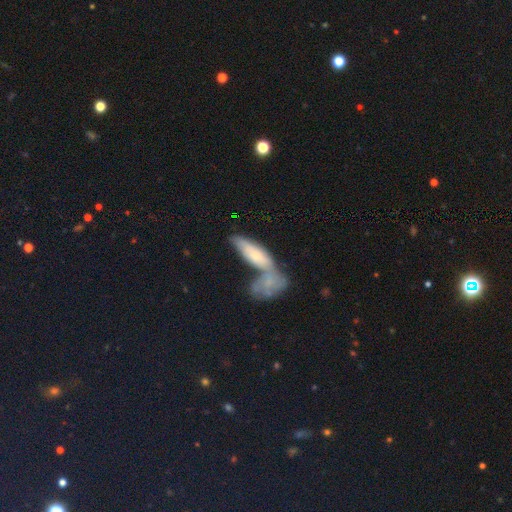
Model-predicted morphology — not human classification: Smooth or featured?
  - smooth: 60% *
  - featured or disk: 32%
  - star or artifact: 8%
How rounded?
  - in between: 58% *
  - cigar-shaped: 39%
  - round: 3%
Merging?
  - merger: 53% *
  - none: 28%
  - minor disturbance: 12%
  - major disturbance: 7%